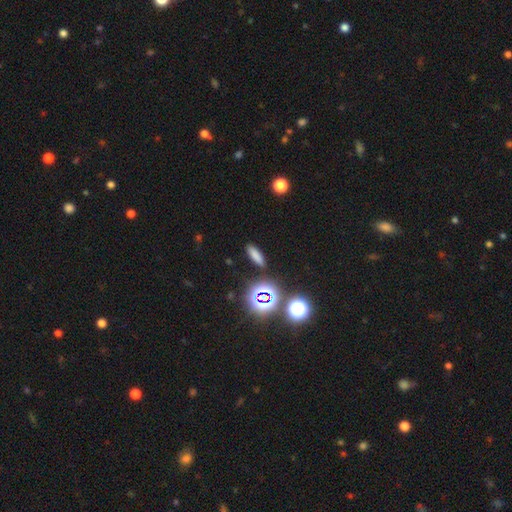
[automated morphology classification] The model was most divided on "how rounded": cigar-shaped: 49%, in between: 43%, round: 8%. More confident: merging — none (88%); smooth or featured — smooth (72%).